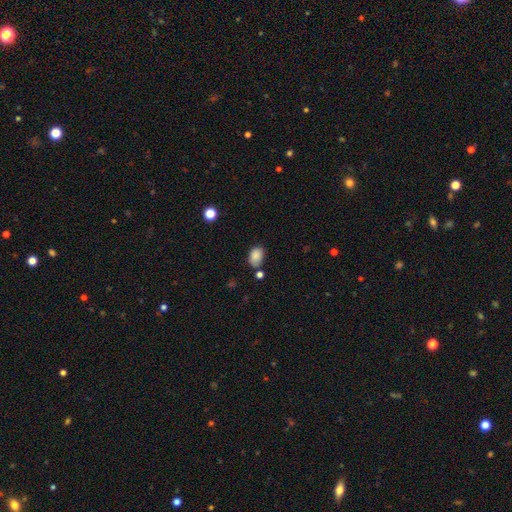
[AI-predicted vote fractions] smooth 86%, star or artifact 9%, featured or disk 6%. Down the decision tree: how rounded — in between (81%); merging — none (64%).